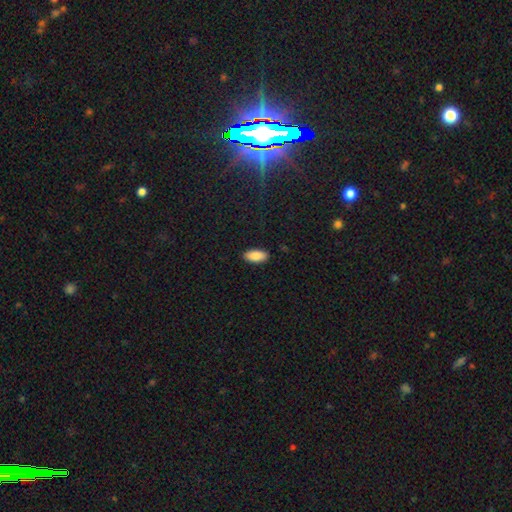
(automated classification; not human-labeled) smooth-or-featured: smooth: 88% | star or artifact: 6% | featured or disk: 5%
  how-rounded: in between: 90% | cigar-shaped: 8% | round: 2%
  merging: none: 89% | minor disturbance: 8% | major disturbance: 2% | merger: 1%